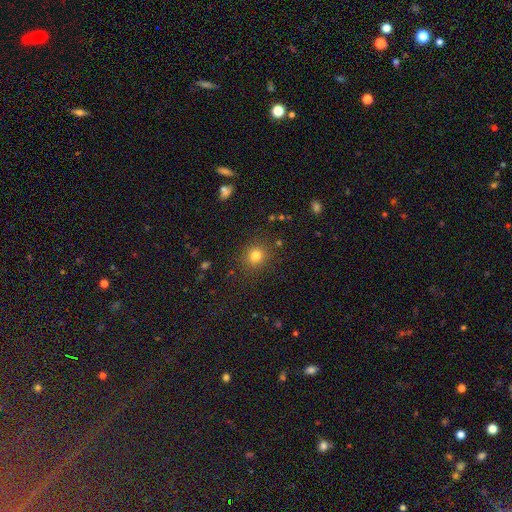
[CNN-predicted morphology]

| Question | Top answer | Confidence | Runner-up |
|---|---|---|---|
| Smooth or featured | smooth | 80% | star or artifact (15%) |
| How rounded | round | 86% | in between (13%) |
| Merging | none | 87% | minor disturbance (8%) |